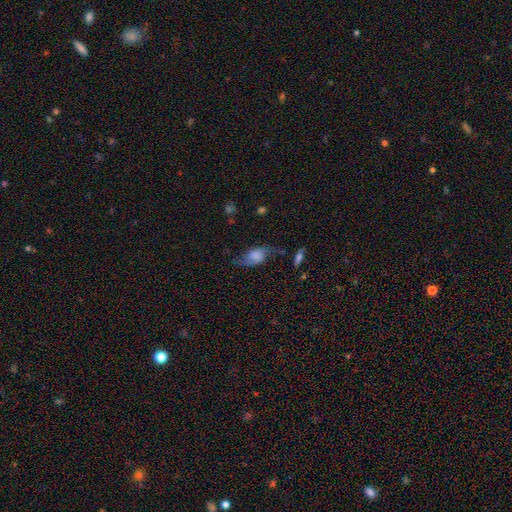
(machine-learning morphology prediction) This appears to be a featured or disk galaxy (62%) with no bar (56%), spiral arms (89%) and no central bulge (33%). Merging: none (61%).